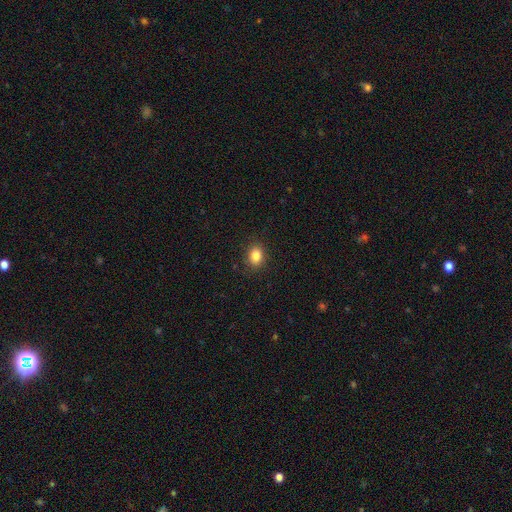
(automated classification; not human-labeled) smooth-or-featured: smooth: 84% | star or artifact: 11% | featured or disk: 6%
  how-rounded: in between: 56% | round: 43% | cigar-shaped: 1%
  merging: none: 88% | minor disturbance: 9% | major disturbance: 2% | merger: 1%